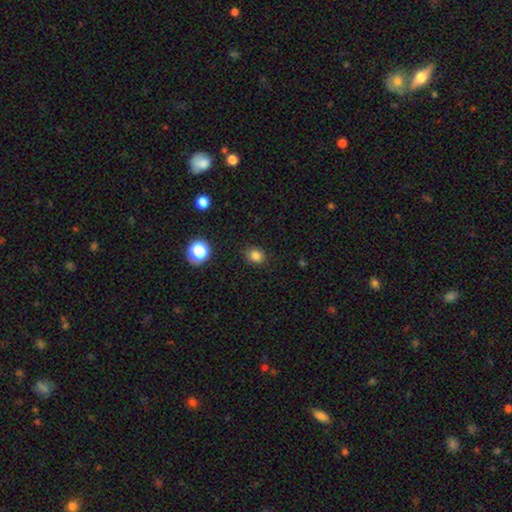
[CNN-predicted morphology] smooth-or-featured: smooth: 82% | star or artifact: 14% | featured or disk: 4%
  how-rounded: round: 69% | in between: 30% | cigar-shaped: 1%
  merging: none: 87% | minor disturbance: 9% | major disturbance: 3% | merger: 1%